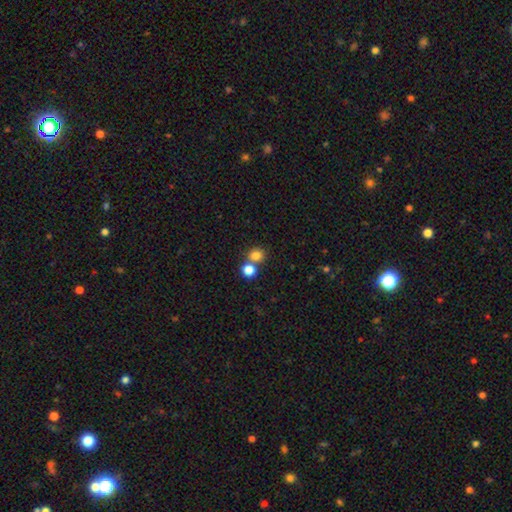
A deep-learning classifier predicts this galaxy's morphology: smooth_or_featured: smooth (p=0.80) [alt: star or artifact p=0.14]
how_rounded: round (p=0.84) [alt: in between p=0.15]
merging: none (p=0.58) [alt: merger p=0.32]